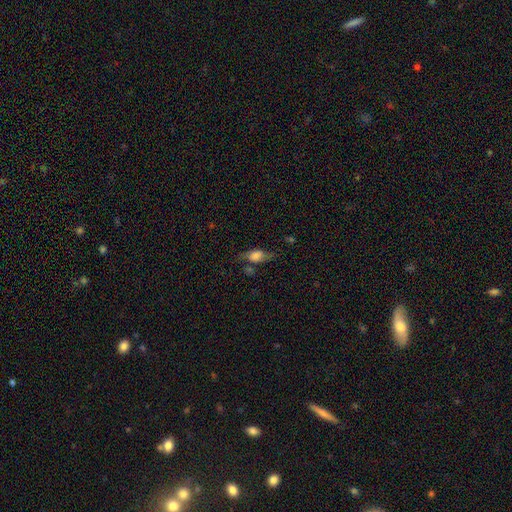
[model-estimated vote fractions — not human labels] smooth 57%, featured or disk 33%, star or artifact 10%. Down the decision tree: how rounded — in between (74%); merging — none (53%).